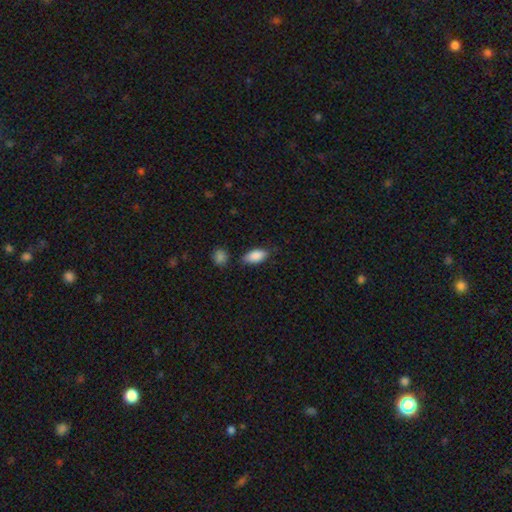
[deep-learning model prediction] Morphology: type=smooth (87%); roundness=in between (89%); merging=none (77%).